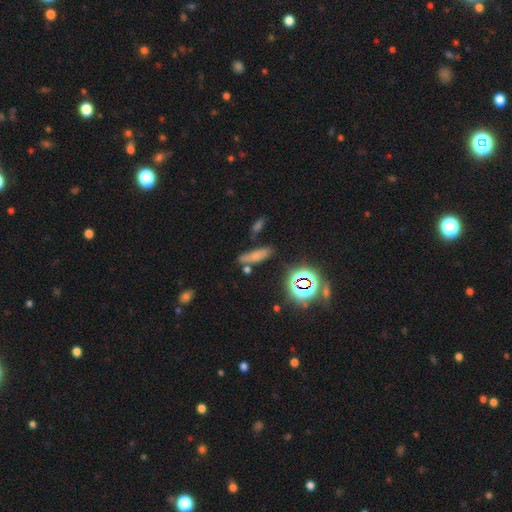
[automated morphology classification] The model was most divided on "how rounded": cigar-shaped: 57%, in between: 38%, round: 6%. More confident: merging — none (62%); smooth or featured — smooth (62%).